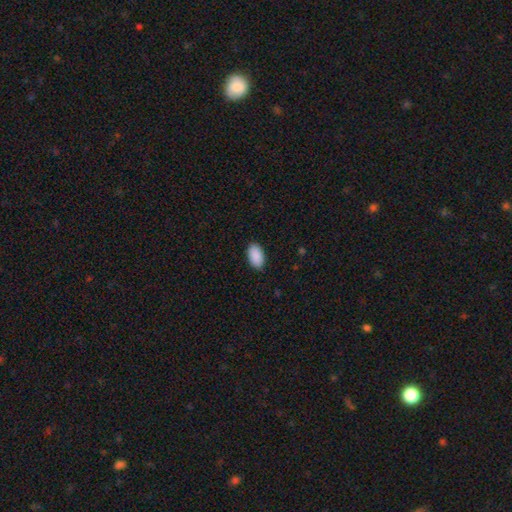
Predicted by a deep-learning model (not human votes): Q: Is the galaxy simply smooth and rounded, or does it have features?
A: smooth — 91%.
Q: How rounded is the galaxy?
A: in between — 95%.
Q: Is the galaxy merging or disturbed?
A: none — 89%.